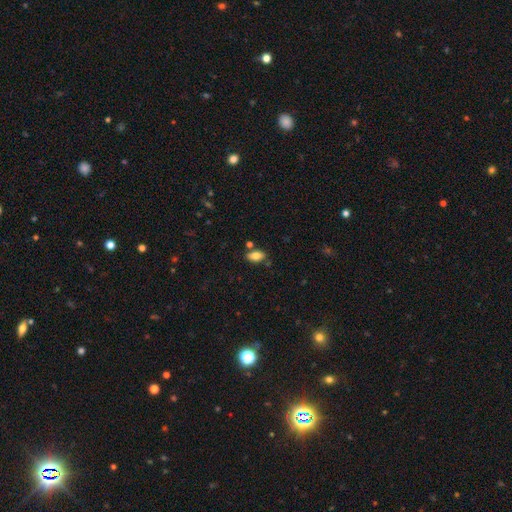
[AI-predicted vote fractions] The model was most divided on "merging": none: 77%, minor disturbance: 13%, merger: 7%, major disturbance: 3%. More confident: how rounded — in between (91%); smooth or featured — smooth (82%).